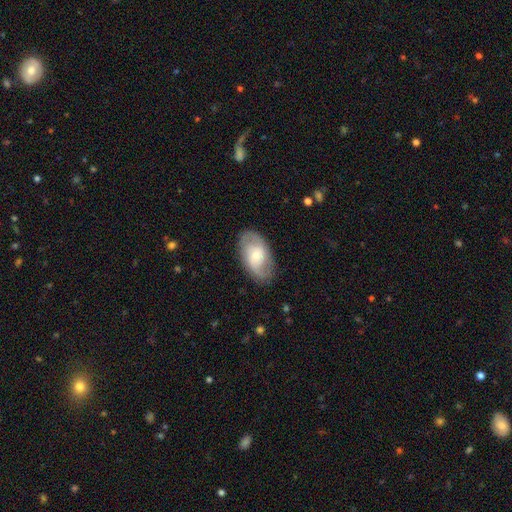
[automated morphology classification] Overall: featured or disk (59%; smooth 35%). Edge-on disk: no (94%). Bar: no (60%; weak 33%). Spiral arms: yes (81%). Bulge size: small (54%; moderate 39%). Merging: none (79%).